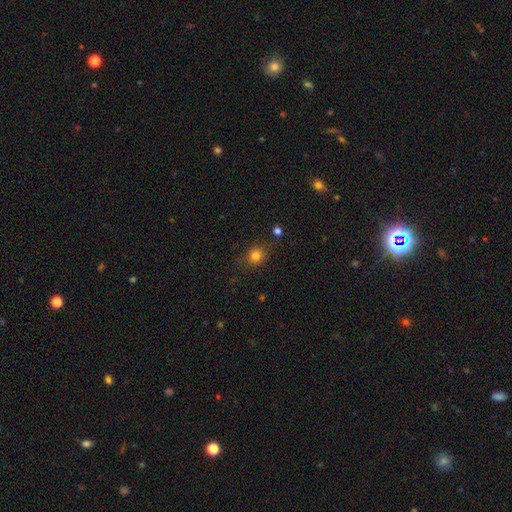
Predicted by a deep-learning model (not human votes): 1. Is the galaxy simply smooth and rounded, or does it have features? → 80% smooth, 14% star or artifact, 7% featured or disk.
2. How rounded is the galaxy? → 82% round, 17% in between, 1% cigar-shaped.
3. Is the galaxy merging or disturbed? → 80% none, 13% minor disturbance, 4% major disturbance, 3% merger.